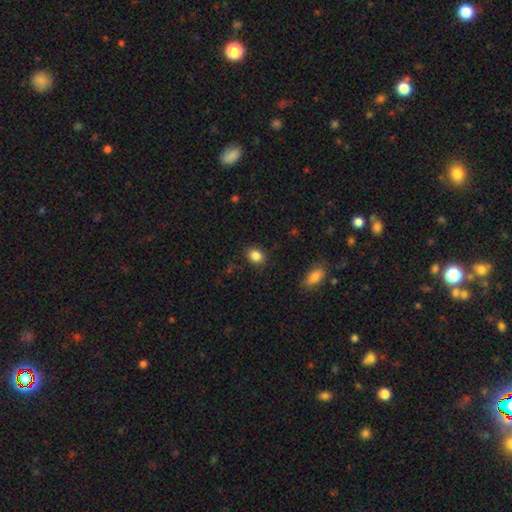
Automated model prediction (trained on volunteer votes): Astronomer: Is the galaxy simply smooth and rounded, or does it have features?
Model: smooth — 85%.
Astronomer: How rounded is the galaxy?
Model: round — 60% (runner-up: in between, 39%).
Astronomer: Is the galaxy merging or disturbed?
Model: none — 86%.